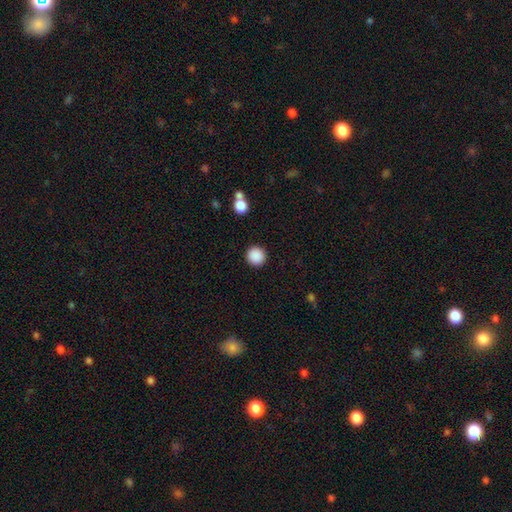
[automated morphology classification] Q: Smooth or featured?
A: smooth (88%); runner-up: star or artifact (9%)
Q: How rounded?
A: round (96%); runner-up: in between (3%)
Q: Merging?
A: none (92%); runner-up: minor disturbance (5%)